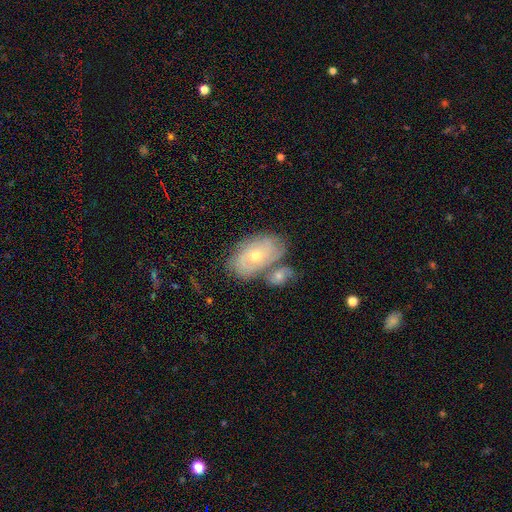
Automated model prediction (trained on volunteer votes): This appears to be a featured or disk galaxy (68%) with no bar (80%), tight (68%) spiral arms (82%) and a moderate central bulge (50%). Merging: none (58%).